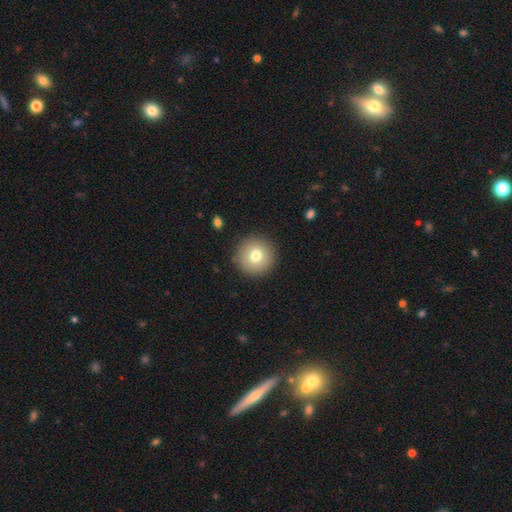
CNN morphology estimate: smooth 77%, featured or disk 14%, star or artifact 10%. Down the decision tree: how rounded — round (95%); merging — none (91%).